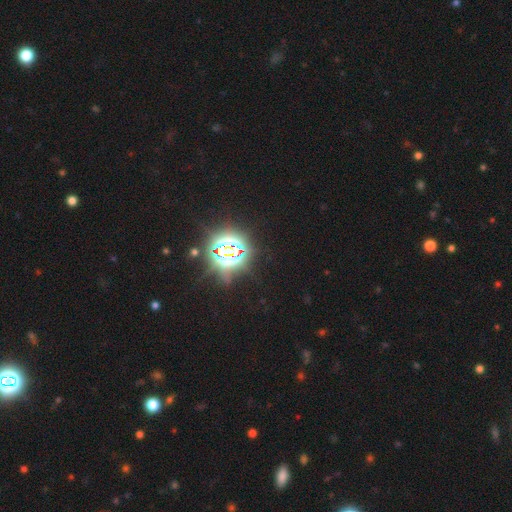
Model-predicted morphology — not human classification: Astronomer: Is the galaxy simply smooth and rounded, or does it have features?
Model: star or artifact — 85%.